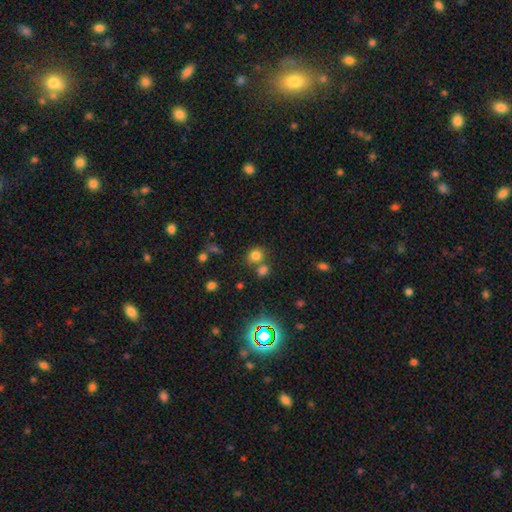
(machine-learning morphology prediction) A smooth galaxy with no disk features (74%) that is round (79%).

Vote fractions:
- Smooth or featured? smooth: 74% / star or artifact: 19% / featured or disk: 7%
- How rounded? round: 79% / in between: 20% / cigar-shaped: 1%
- Merging? none: 58% / merger: 29% / minor disturbance: 9% / major disturbance: 4%